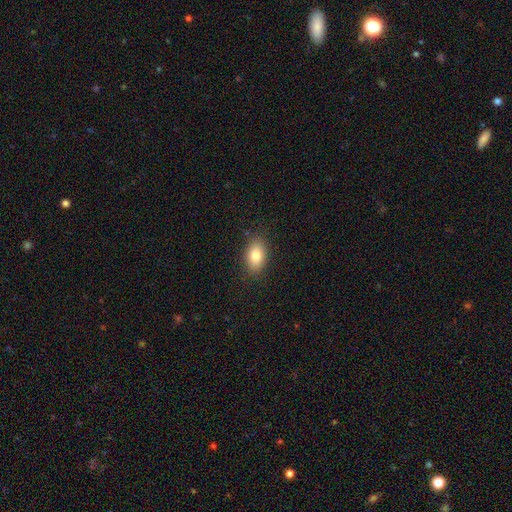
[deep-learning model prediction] Smooth or featured?
  - smooth: 82% *
  - featured or disk: 10%
  - star or artifact: 8%
How rounded?
  - in between: 90% *
  - round: 8%
  - cigar-shaped: 2%
Merging?
  - none: 87% *
  - minor disturbance: 10%
  - major disturbance: 2%
  - merger: 1%